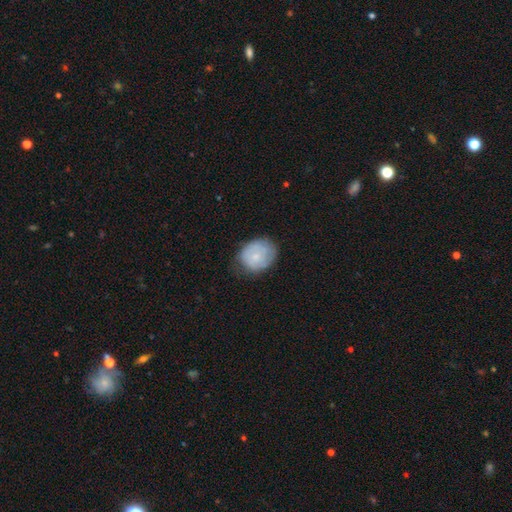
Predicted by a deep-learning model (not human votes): smooth_or_featured: smooth (p=0.68) [alt: featured or disk p=0.25]
how_rounded: round (p=0.58) [alt: in between p=0.41]
merging: none (p=0.62) [alt: minor disturbance p=0.28]